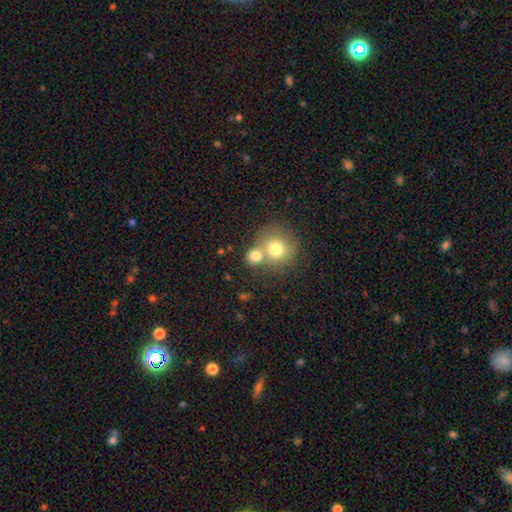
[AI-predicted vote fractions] The model was most divided on "merging": merger: 50%, none: 39%, minor disturbance: 7%, major disturbance: 4%. More confident: how rounded — round (80%); smooth or featured — smooth (76%).